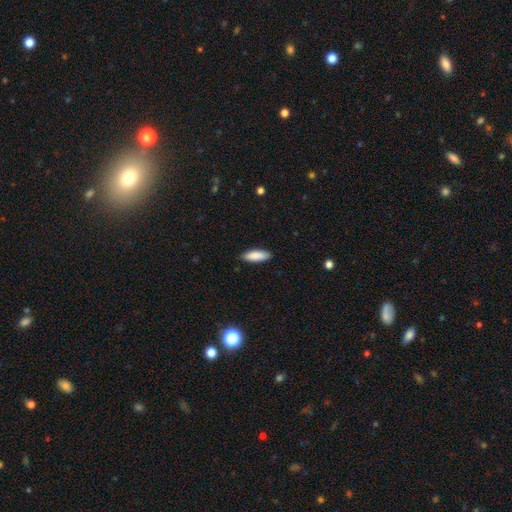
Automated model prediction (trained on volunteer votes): Q: Smooth or featured?
A: smooth (88%); runner-up: featured or disk (6%)
Q: How rounded?
A: in between (61%); runner-up: cigar-shaped (37%)
Q: Merging?
A: none (87%); runner-up: minor disturbance (10%)